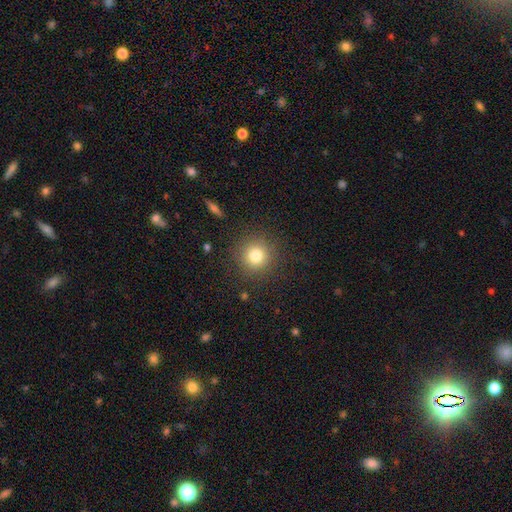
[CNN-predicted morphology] This is likely a smooth galaxy (79%). How rounded: clearly round (94%). Merging: clearly none (89%).